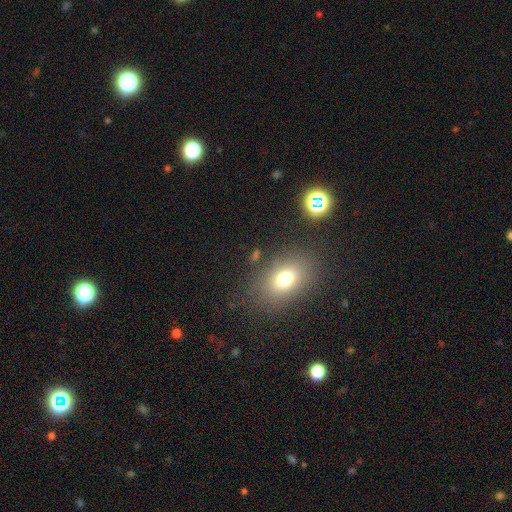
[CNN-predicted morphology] Smooth or featured? smooth (71%)
How rounded? in between (73%)
Merging? none (80%)